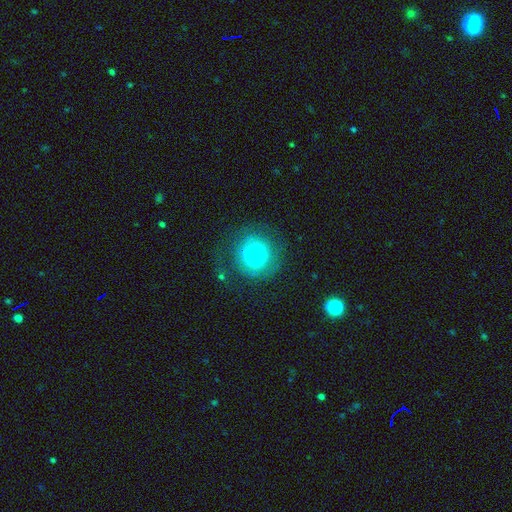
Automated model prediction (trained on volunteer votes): Smooth or featured: smooth — 65% (featured or disk — 26%)
How rounded: round — 92% (in between — 7%)
Merging: none — 65% (minor disturbance — 18%)